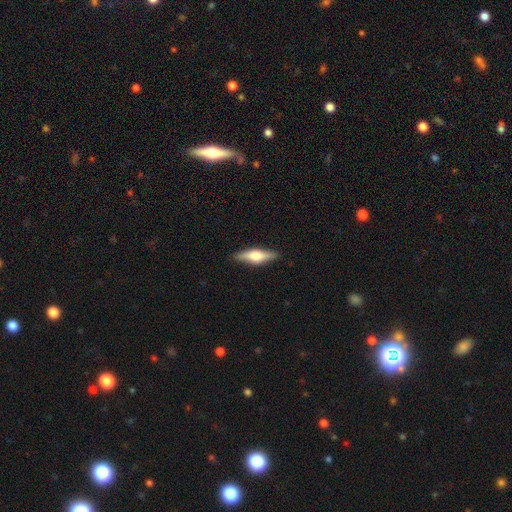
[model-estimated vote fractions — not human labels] A featured or disk galaxy (55%) viewed edge-on (95%) with a rounded central bulge (89%).

Vote fractions:
- Smooth or featured? featured or disk: 55% / smooth: 39% / star or artifact: 6%
- Edge-on disk? yes: 95% / no: 5%
- Edge-on bulge? rounded: 89% / boxy: 8% / none: 2%
- Merging? none: 89% / minor disturbance: 9% / major disturbance: 2% / merger: 1%